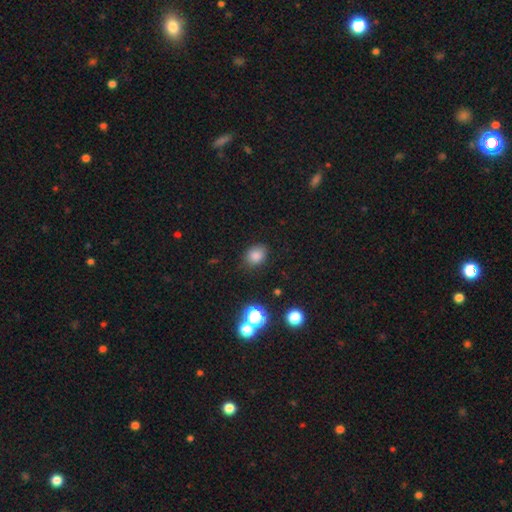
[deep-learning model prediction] Smooth or featured: smooth — 81% (star or artifact — 13%)
How rounded: round — 50% (in between — 49%)
Merging: none — 81% (minor disturbance — 14%)